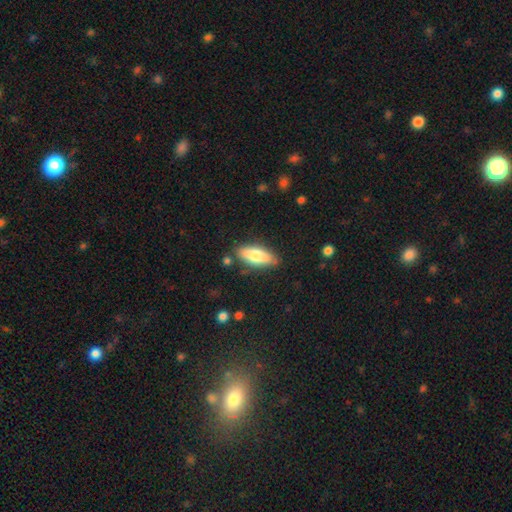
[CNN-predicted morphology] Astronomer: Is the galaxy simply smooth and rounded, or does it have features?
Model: smooth — 71%.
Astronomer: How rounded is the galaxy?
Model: in between — 67%.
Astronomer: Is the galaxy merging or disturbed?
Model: none — 82%.